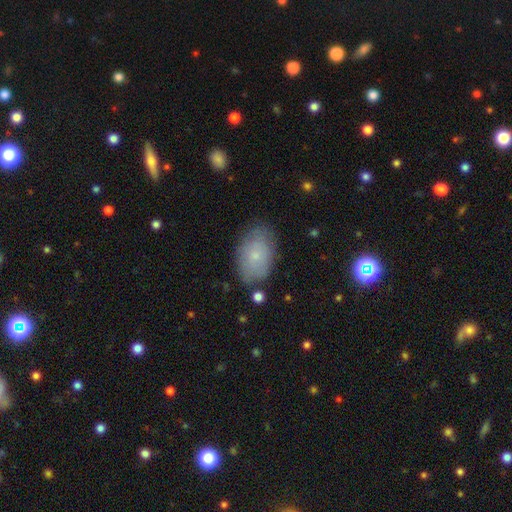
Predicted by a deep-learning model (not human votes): This appears to be a smooth galaxy with no disk features (66%) that is in between round and cigar-shaped (90%). Merging: none (76%).